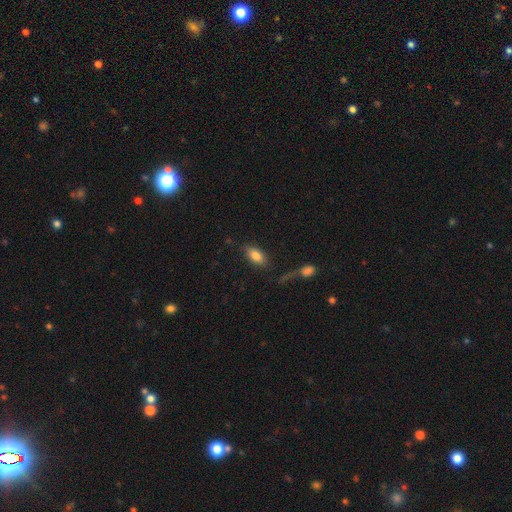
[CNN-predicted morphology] smooth 81%, featured or disk 12%, star or artifact 7%. Down the decision tree: how rounded — in between (89%); merging — none (74%).